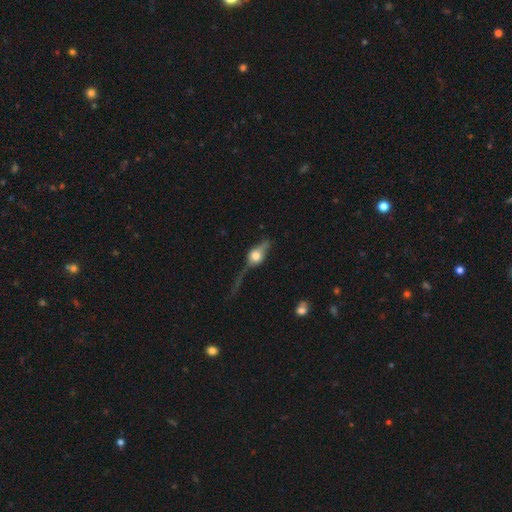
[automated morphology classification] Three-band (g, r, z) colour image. It shows a featured or disk galaxy (51%) viewed edge-on (75%). Merging: none (36%).